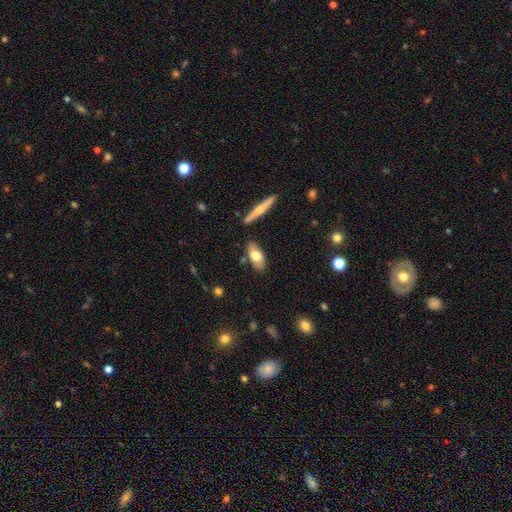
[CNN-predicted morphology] smooth_or_featured: smooth (p=0.70) [alt: featured or disk p=0.23]
how_rounded: in between (p=0.84) [alt: cigar-shaped p=0.12]
merging: none (p=0.80) [alt: minor disturbance p=0.12]